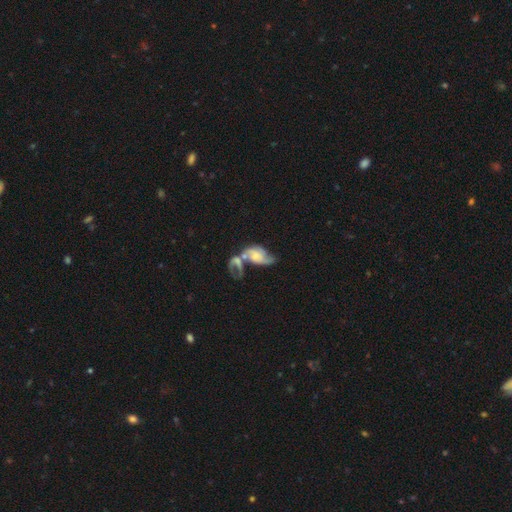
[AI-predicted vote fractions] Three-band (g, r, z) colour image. It shows a featured or disk galaxy (69%) with no bar (70%), 2 (71%) loose (51%) spiral arms (84%) and a small central bulge (37%). Merging: merger (62%).